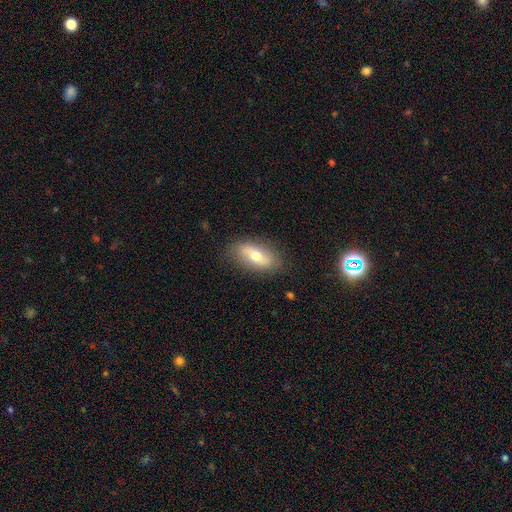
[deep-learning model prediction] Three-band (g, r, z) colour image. It shows a smooth galaxy with no disk features (58%) that is in between round and cigar-shaped (84%). Merging: none (83%).